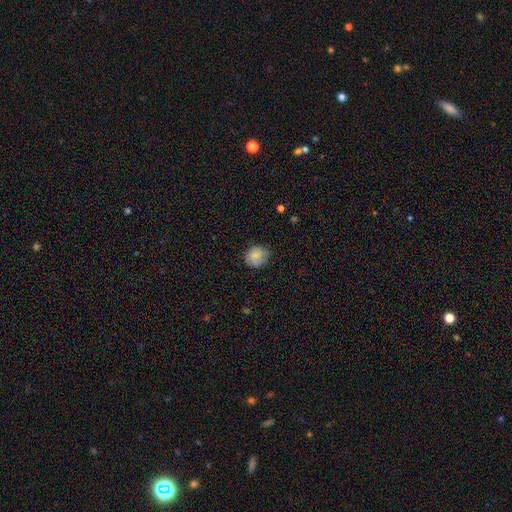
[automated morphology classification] Smooth or featured? smooth (79%)
How rounded? round (78%)
Merging? none (74%)